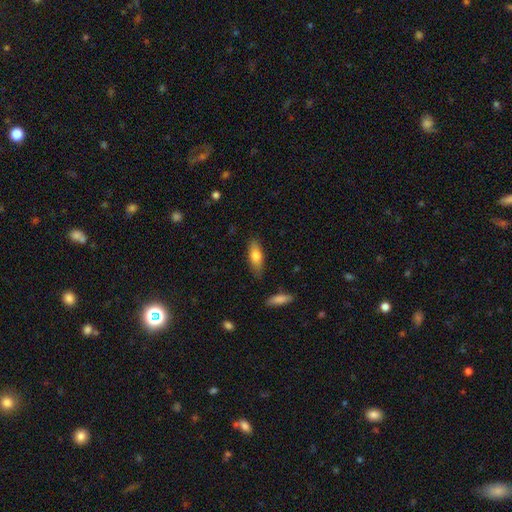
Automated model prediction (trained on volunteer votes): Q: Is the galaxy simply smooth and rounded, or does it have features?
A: smooth — 75%.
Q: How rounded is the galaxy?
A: in between — 66%.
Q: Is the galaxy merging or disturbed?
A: none — 82%.